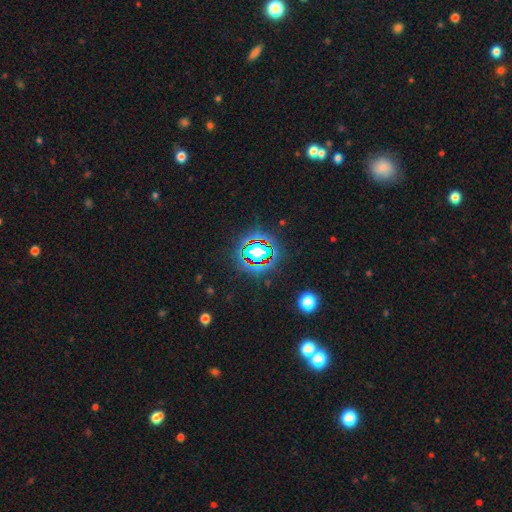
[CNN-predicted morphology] This is clearly a star or artifact rather than a galaxy (82%).